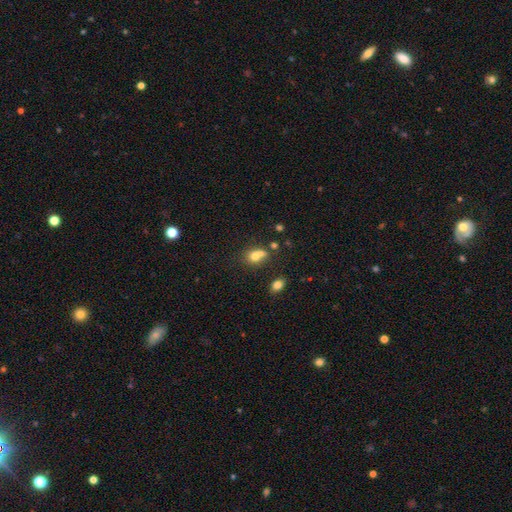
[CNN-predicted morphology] A smooth galaxy with no disk features (72%) that is round (58%). Merging: merger (50%).